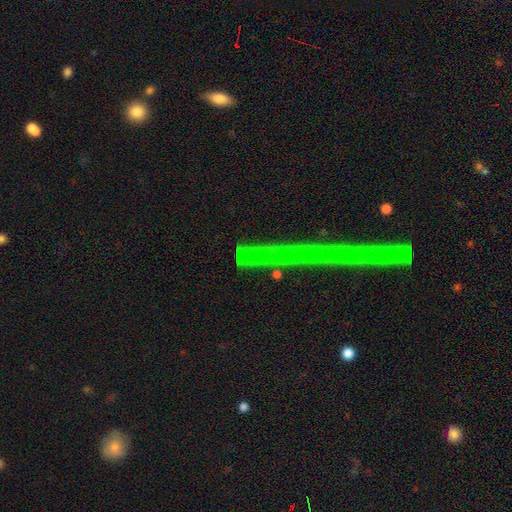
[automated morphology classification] This is likely a star or artifact rather than a galaxy (67%).